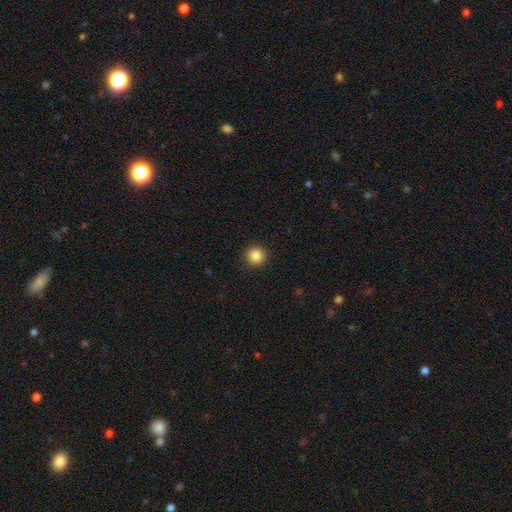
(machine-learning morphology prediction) smooth-or-featured: smooth: 86% | star or artifact: 10% | featured or disk: 4%
  how-rounded: round: 94% | in between: 5% | cigar-shaped: 1%
  merging: none: 92% | minor disturbance: 5% | major disturbance: 2% | merger: 1%